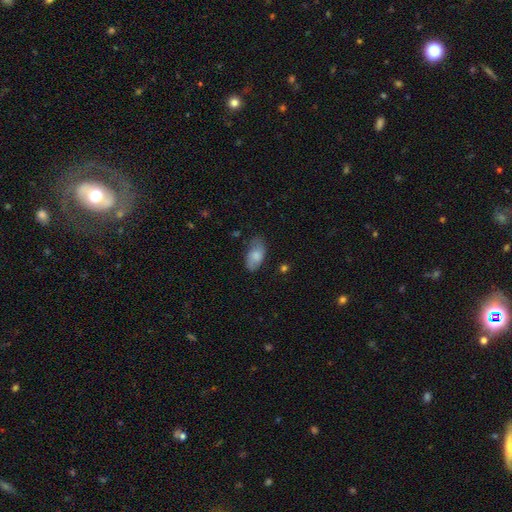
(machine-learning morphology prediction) Smooth or featured? smooth (71%)
How rounded? in between (92%)
Merging? none (61%)